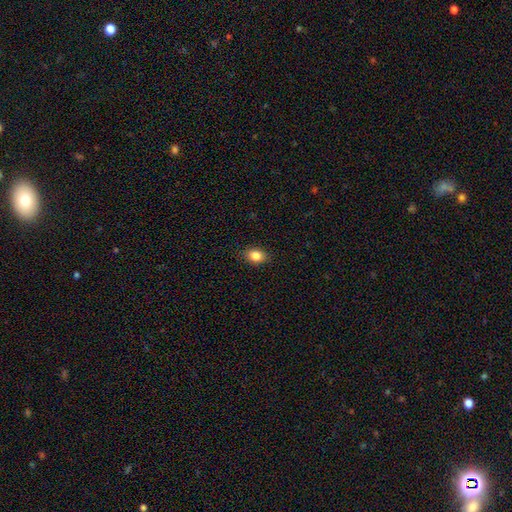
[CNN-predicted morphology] Q: Smooth or featured?
A: smooth (85%); runner-up: star or artifact (9%)
Q: How rounded?
A: in between (73%); runner-up: round (26%)
Q: Merging?
A: none (88%); runner-up: minor disturbance (9%)